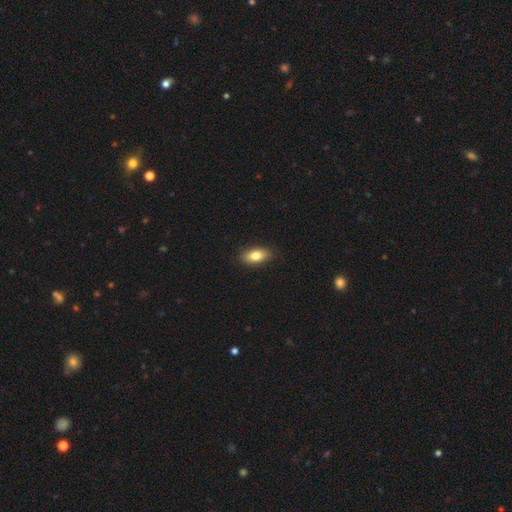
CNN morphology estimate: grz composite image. It shows a smooth galaxy with no disk features (82%) that is in between round and cigar-shaped (87%). Merging: none (88%).